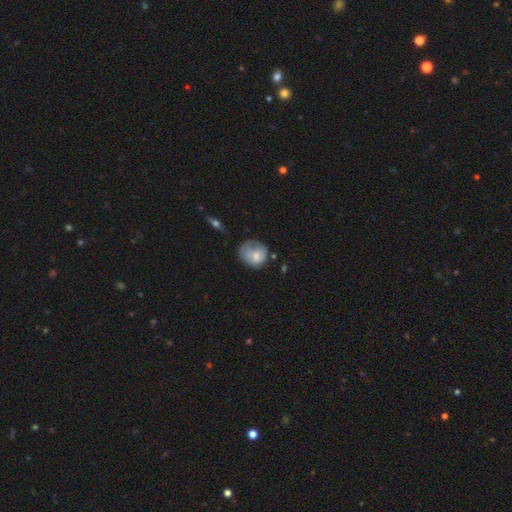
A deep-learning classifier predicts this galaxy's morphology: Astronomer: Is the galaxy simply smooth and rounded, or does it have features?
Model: smooth — 69%.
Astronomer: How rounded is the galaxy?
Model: round — 70%.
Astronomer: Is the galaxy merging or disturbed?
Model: none — 42% (runner-up: minor disturbance, 34%).